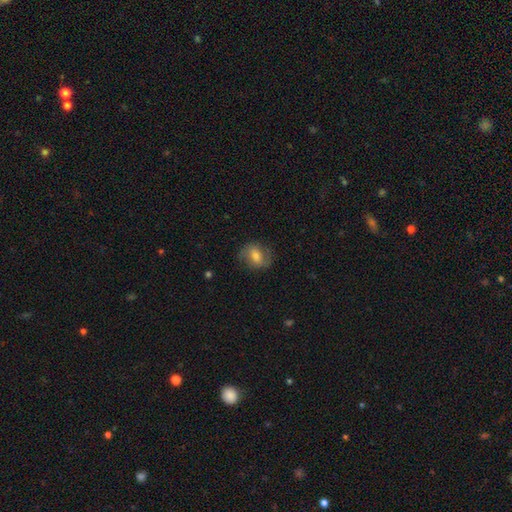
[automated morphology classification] smooth 53%, featured or disk 38%, star or artifact 9%. Down the decision tree: how rounded — in between (58%); merging — none (73%).